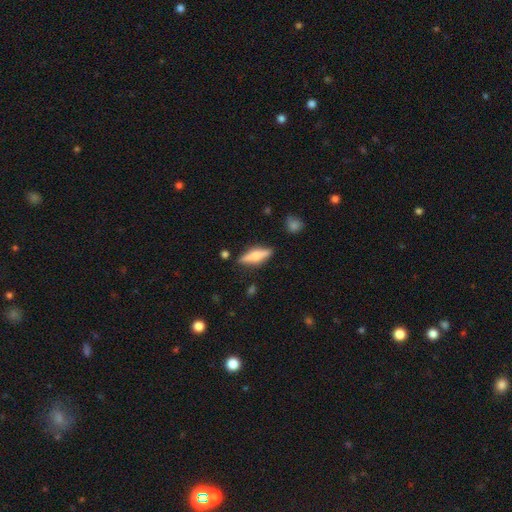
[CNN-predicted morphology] Smooth or featured: smooth — 50% (featured or disk — 43%)
Merging: none — 84% (minor disturbance — 11%)